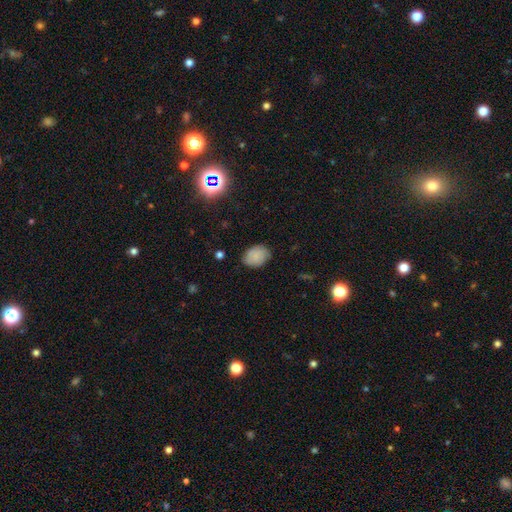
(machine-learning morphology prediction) This is clearly a smooth galaxy (82%). How rounded: likely in between (66%). Merging: likely none (79%).